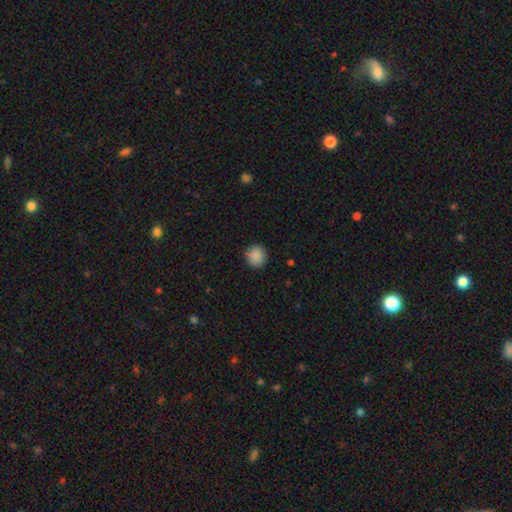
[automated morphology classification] smooth_or_featured: smooth (p=0.87) [alt: star or artifact p=0.09]
how_rounded: round (p=0.88) [alt: in between p=0.11]
merging: none (p=0.85) [alt: minor disturbance p=0.11]